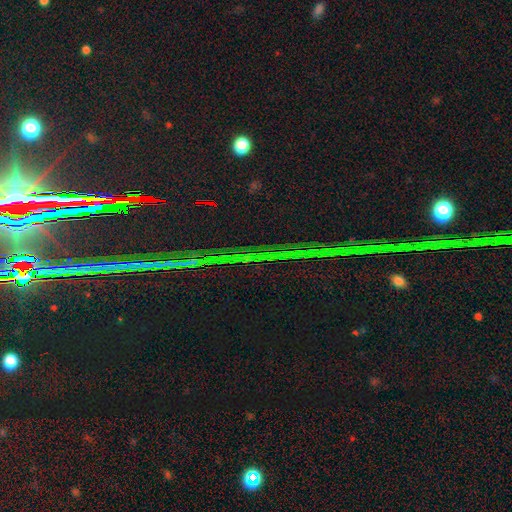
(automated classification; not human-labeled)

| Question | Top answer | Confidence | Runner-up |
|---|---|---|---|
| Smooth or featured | star or artifact | 87% | featured or disk (8%) |